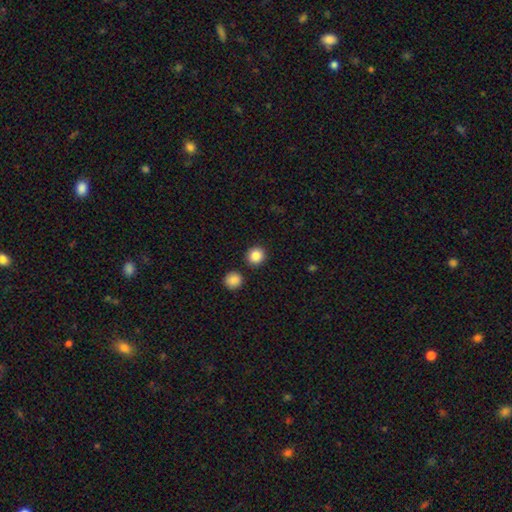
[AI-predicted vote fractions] Smooth or featured? Predicted: smooth (p=0.86). How rounded? Predicted: round (p=0.92). Merging? Predicted: none (p=0.89).